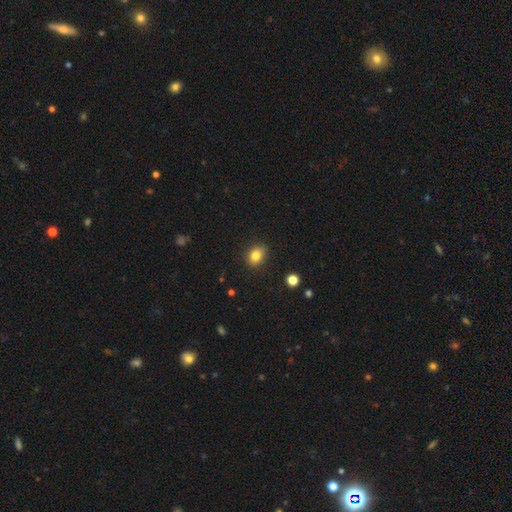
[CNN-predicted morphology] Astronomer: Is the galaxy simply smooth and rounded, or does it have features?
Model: smooth — 83%.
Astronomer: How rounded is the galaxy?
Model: in between — 62%.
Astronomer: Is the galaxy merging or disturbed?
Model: none — 85%.